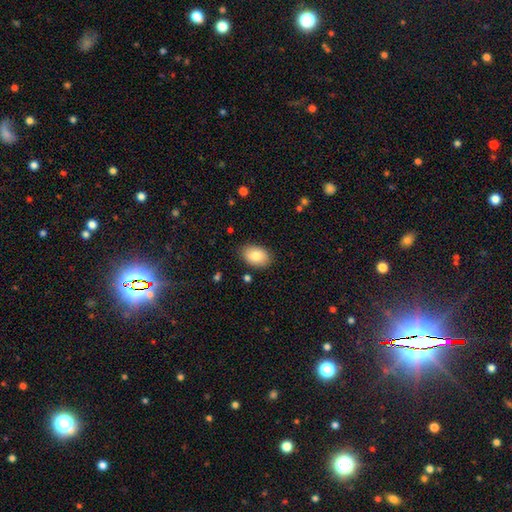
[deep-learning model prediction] Smooth or featured? smooth (82%)
How rounded? in between (87%)
Merging? none (85%)